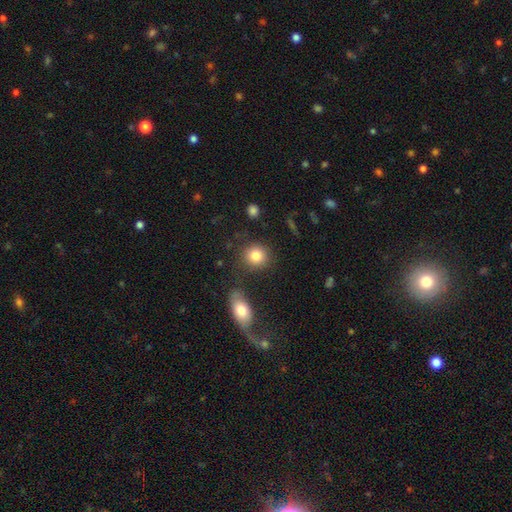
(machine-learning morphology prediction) Smooth or featured? smooth (84%)
How rounded? round (85%)
Merging? none (81%)